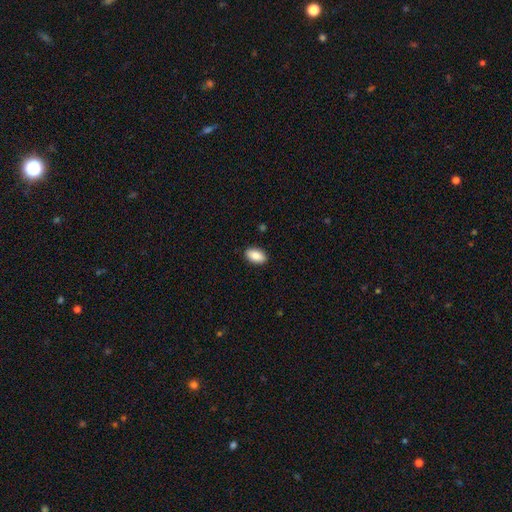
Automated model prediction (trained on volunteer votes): Smooth or featured? smooth (87%)
How rounded? in between (93%)
Merging? none (90%)